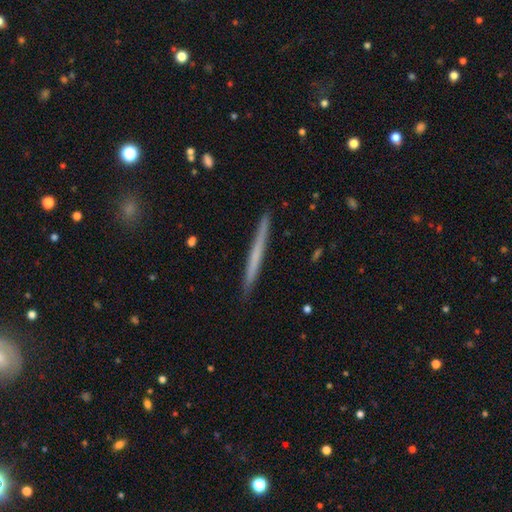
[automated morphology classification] This is possibly a smooth galaxy (50%). Merging: clearly none (91%).